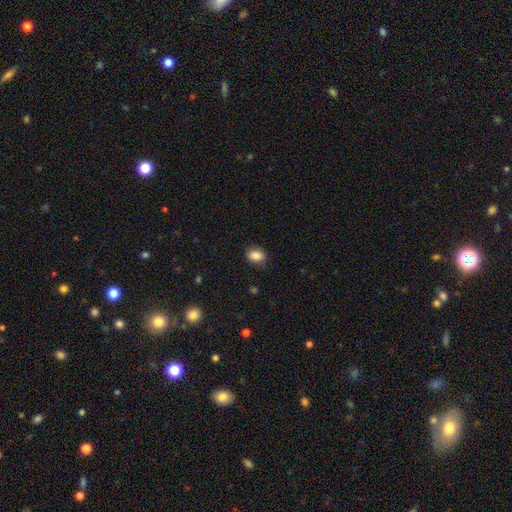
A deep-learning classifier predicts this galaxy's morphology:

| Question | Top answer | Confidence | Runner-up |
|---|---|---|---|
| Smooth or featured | smooth | 85% | star or artifact (9%) |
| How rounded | in between | 67% | round (31%) |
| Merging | none | 84% | minor disturbance (12%) |